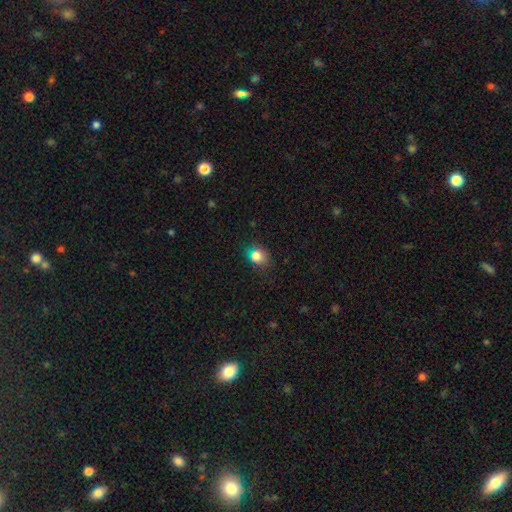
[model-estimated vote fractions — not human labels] A smooth galaxy with no disk features (79%) that is round (57%). Merging: none (77%).